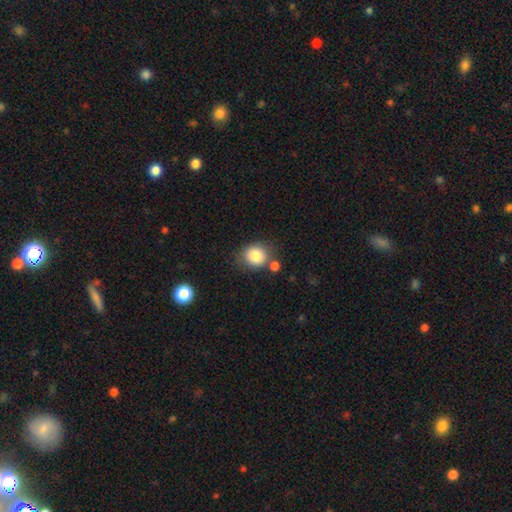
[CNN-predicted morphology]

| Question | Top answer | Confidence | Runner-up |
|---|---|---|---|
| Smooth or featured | smooth | 83% | star or artifact (9%) |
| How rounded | round | 75% | in between (24%) |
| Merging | none | 67% | minor disturbance (14%) |